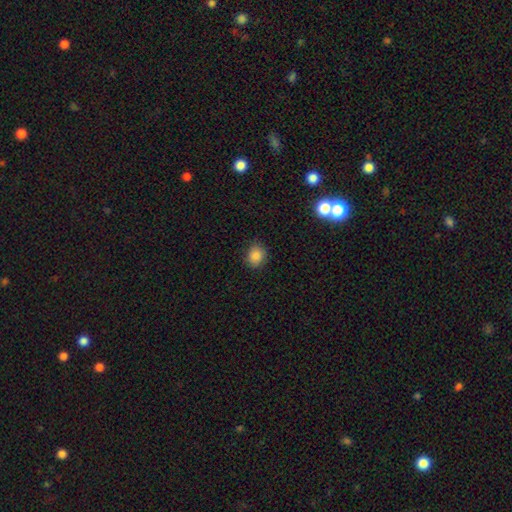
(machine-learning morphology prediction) A smooth galaxy with no disk features (85%) that is round (76%).

Vote fractions:
- Smooth or featured? smooth: 85% / star or artifact: 10% / featured or disk: 4%
- How rounded? round: 76% / in between: 23% / cigar-shaped: 1%
- Merging? none: 84% / minor disturbance: 12% / major disturbance: 3% / merger: 1%